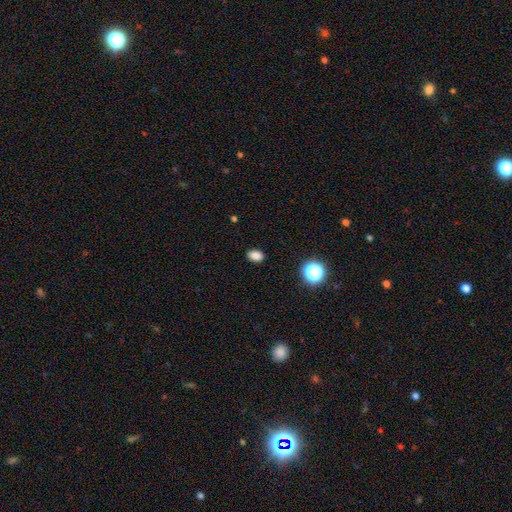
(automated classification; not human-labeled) A smooth galaxy with no disk features (83%) that is in between round and cigar-shaped (78%). Merging: none (89%).